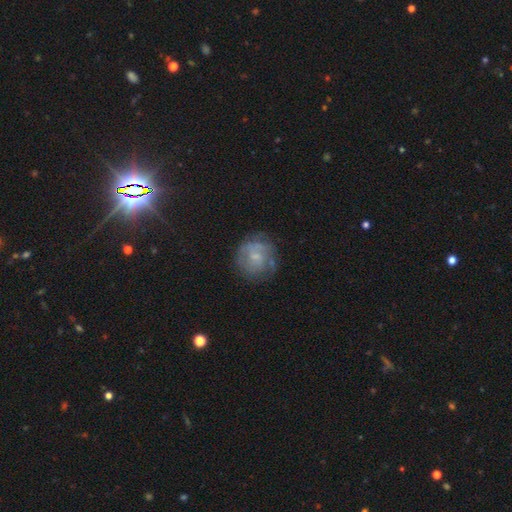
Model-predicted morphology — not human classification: Smooth or featured?
  - featured or disk: 58% *
  - smooth: 34%
  - star or artifact: 9%
Edge-on disk?
  - no: 98% *
  - yes: 2%
Bar?
  - no: 62% *
  - weak: 33%
  - strong: 5%
Spiral arms?
  - yes: 72% *
  - no: 28%
Bulge size?
  - small: 59% *
  - moderate: 25%
  - none: 13%
  - large: 2%
  - dominant: 1%
Merging?
  - none: 67% *
  - minor disturbance: 20%
  - major disturbance: 11%
  - merger: 2%